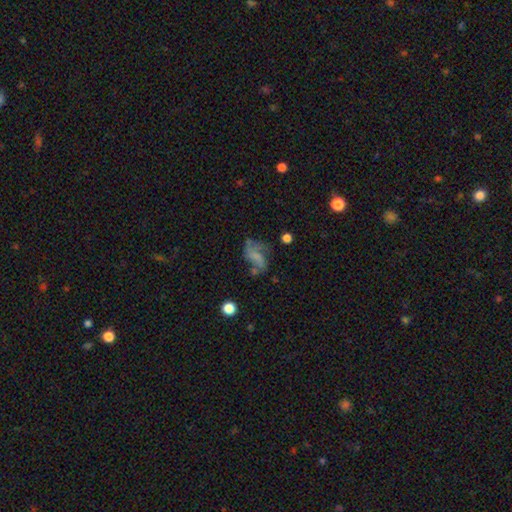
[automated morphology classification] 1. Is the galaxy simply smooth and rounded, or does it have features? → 45% featured or disk, 42% smooth, 14% star or artifact.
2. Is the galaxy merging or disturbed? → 34% none, 32% major disturbance, 24% minor disturbance, 10% merger.